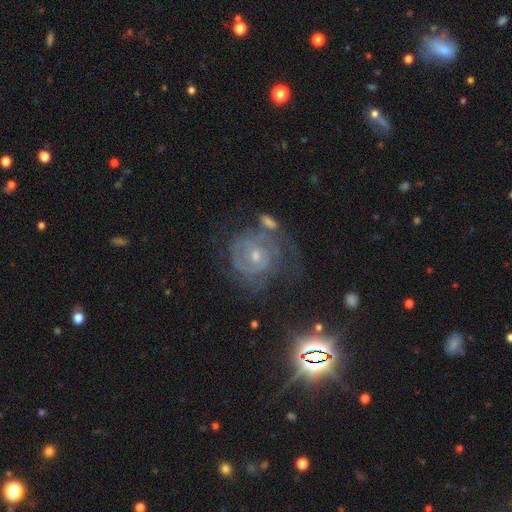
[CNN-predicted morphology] smooth-or-featured: featured or disk: 80% | star or artifact: 11% | smooth: 9%
  disk-edge-on: no: 97% | yes: 3%
    bar: no: 65% | weak: 27% | strong: 7%
    has-spiral-arms: yes: 92% | no: 8%
      spiral-winding: tight: 72% | medium: 23% | loose: 6%
      spiral-arm-count: can't tell: 38% | 2: 32% | 3: 15% | 1: 6% | 4: 5% | more than 4: 4%
    bulge-size: small: 56% | moderate: 40% | large: 2% | none: 2% | dominant: 1%
  merging: none: 54% | minor disturbance: 20% | major disturbance: 16% | merger: 10%